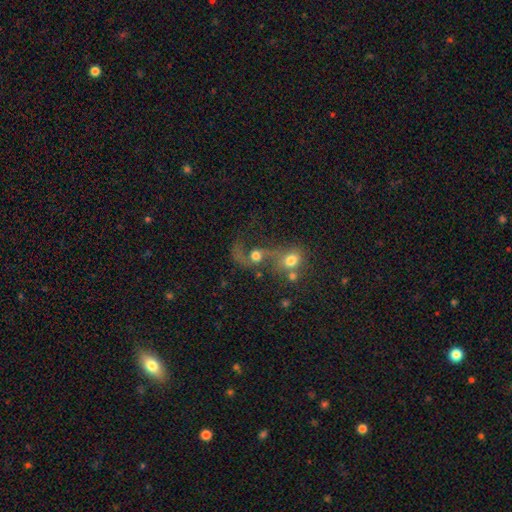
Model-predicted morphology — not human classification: featured or disk 44%, smooth 41%, star or artifact 15%. Down the decision tree: merging — merger (61%).